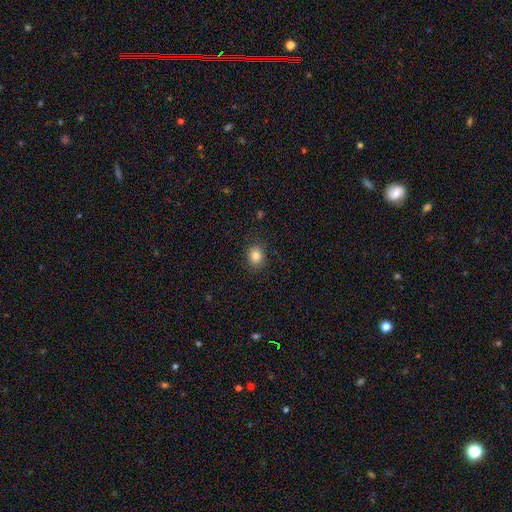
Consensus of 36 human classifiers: smooth-or-featured: smooth: 89% | featured or disk: 6% | star or artifact: 6%
  how-rounded: round: 84% | in between: 16% | cigar-shaped: 0%
  merging: none: 76% | minor disturbance: 15% | major disturbance: 9% | merger: 0%